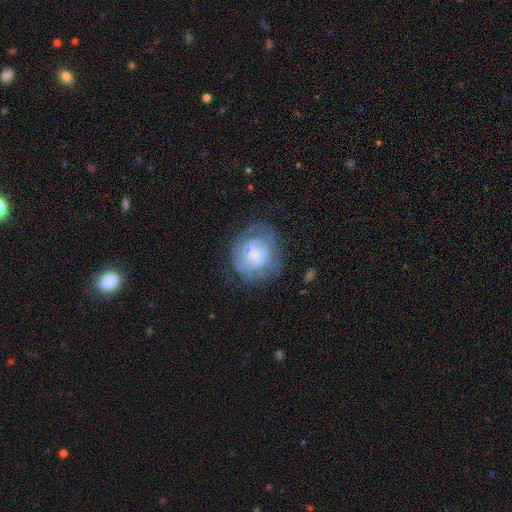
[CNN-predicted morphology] Smooth or featured?
  - featured or disk: 60% *
  - smooth: 32%
  - star or artifact: 8%
Edge-on disk?
  - no: 97% *
  - yes: 3%
Bar?
  - no: 73% *
  - weak: 23%
  - strong: 4%
Spiral arms?
  - yes: 61% *
  - no: 39%
Bulge size?
  - small: 60% *
  - moderate: 25%
  - none: 7%
  - large: 6%
  - dominant: 2%
Merging?
  - none: 61% *
  - minor disturbance: 21%
  - major disturbance: 16%
  - merger: 3%